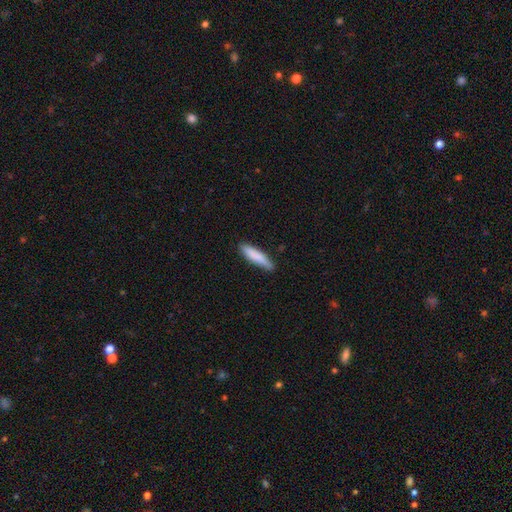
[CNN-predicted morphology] The model was most divided on "how rounded": cigar-shaped: 80%, in between: 18%, round: 1%. More confident: smooth or featured — smooth (83%); merging — none (83%).